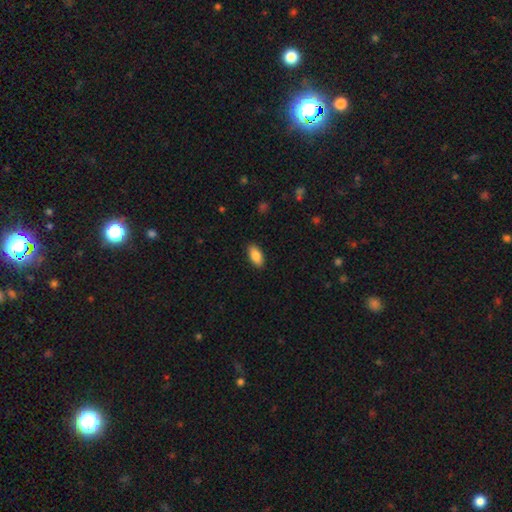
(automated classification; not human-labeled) Morphology: type=smooth (86%); roundness=in between (89%); merging=none (89%).